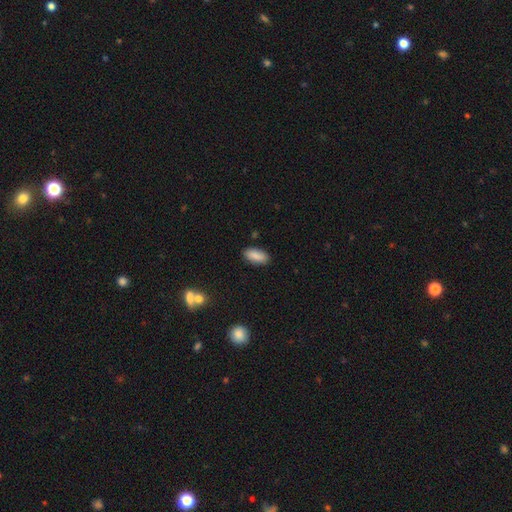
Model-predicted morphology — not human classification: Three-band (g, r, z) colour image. It shows a smooth galaxy with no disk features (87%) that is in between round and cigar-shaped (87%). Merging: none (86%).